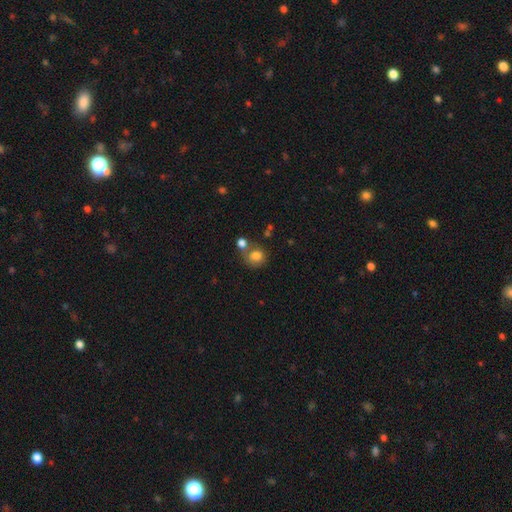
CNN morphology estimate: Smooth or featured? smooth (80%)
How rounded? round (79%)
Merging? none (53%)